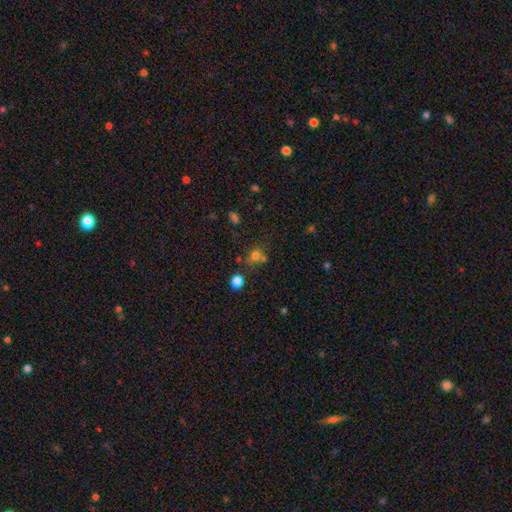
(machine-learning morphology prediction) This appears to be a smooth galaxy with no disk features (71%) that is round (69%). Merging: none (59%).